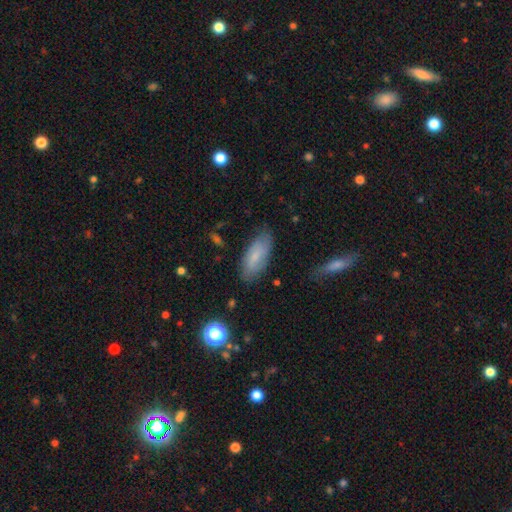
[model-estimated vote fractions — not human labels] Smooth or featured? Predicted: smooth (p=0.68). How rounded? Predicted: in between (p=0.82). Merging? Predicted: none (p=0.77).